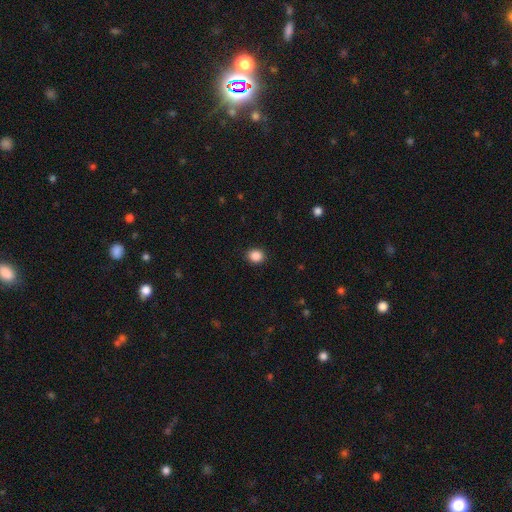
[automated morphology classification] This is clearly a smooth galaxy (88%). How rounded: likely round (74%). Merging: clearly none (91%).